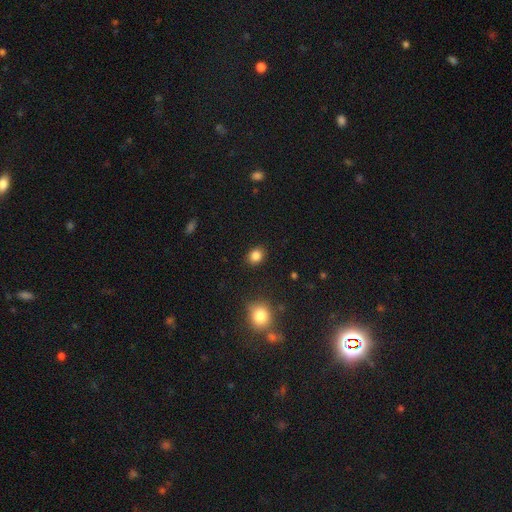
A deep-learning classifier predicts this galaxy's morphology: This is clearly a smooth galaxy (85%). How rounded: possibly round (51%). Merging: clearly none (88%).